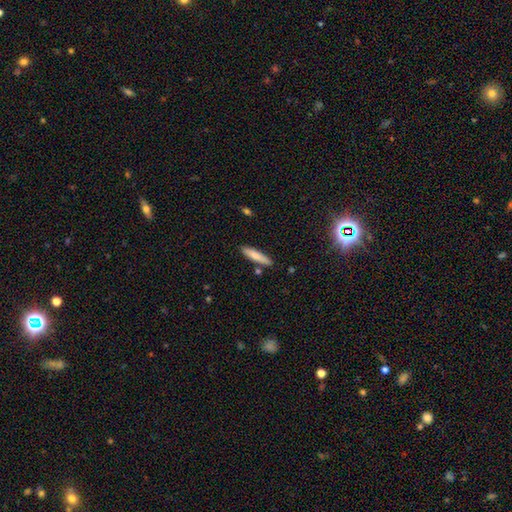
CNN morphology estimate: Smooth or featured: smooth — 79% (featured or disk — 15%)
How rounded: cigar-shaped — 84% (in between — 15%)
Merging: none — 83% (minor disturbance — 10%)